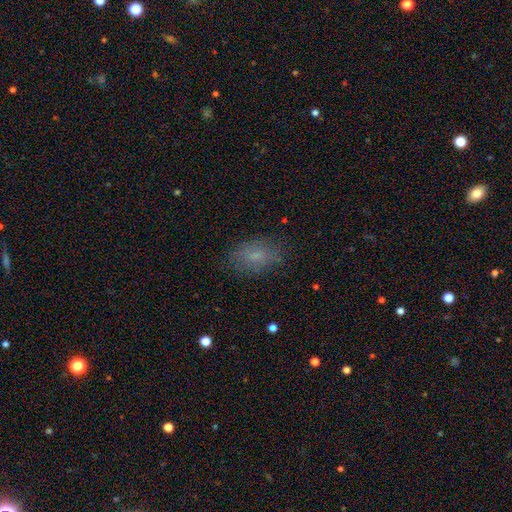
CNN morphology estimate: The model was most divided on "smooth or featured": smooth: 69%, featured or disk: 18%, star or artifact: 13%. More confident: how rounded — in between (86%); merging — none (76%).